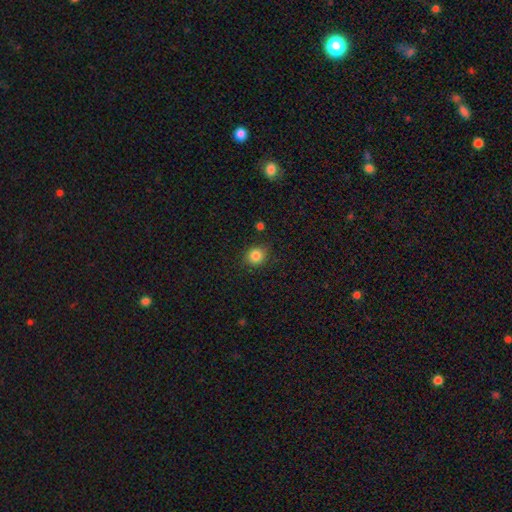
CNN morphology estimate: This is clearly a smooth galaxy (85%). How rounded: clearly round (81%). Merging: clearly none (85%).